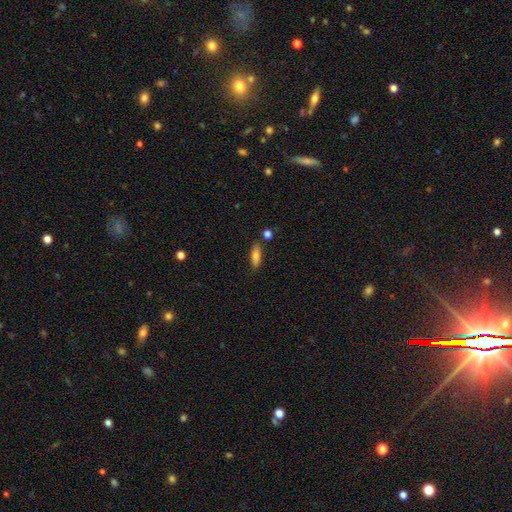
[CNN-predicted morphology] Smooth or featured? Predicted: smooth (p=0.78). How rounded? Predicted: in between (p=0.56). Merging? Predicted: none (p=0.80).